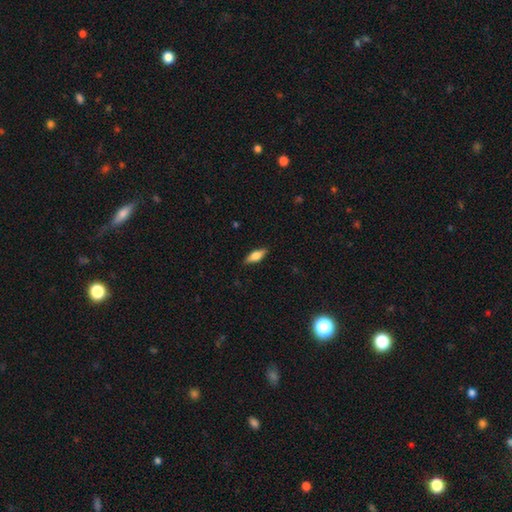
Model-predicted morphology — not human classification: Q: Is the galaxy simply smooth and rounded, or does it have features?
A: smooth — 68%.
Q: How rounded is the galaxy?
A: in between — 69%.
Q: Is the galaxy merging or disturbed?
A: none — 86%.